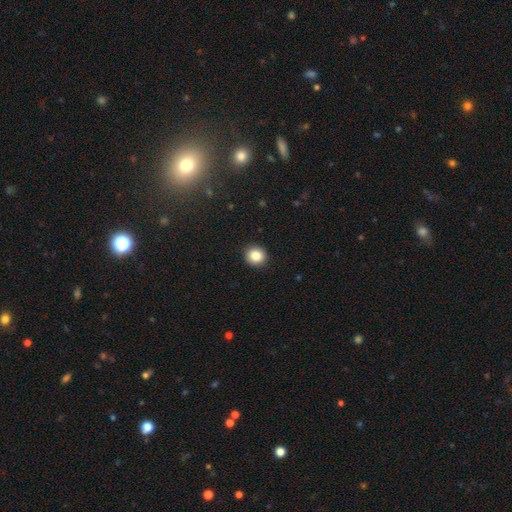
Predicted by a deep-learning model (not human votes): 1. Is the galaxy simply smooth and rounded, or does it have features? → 87% smooth, 9% star or artifact, 4% featured or disk.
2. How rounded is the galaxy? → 90% round, 9% in between, 1% cigar-shaped.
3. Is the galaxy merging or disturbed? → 92% none, 5% minor disturbance, 2% major disturbance, 1% merger.